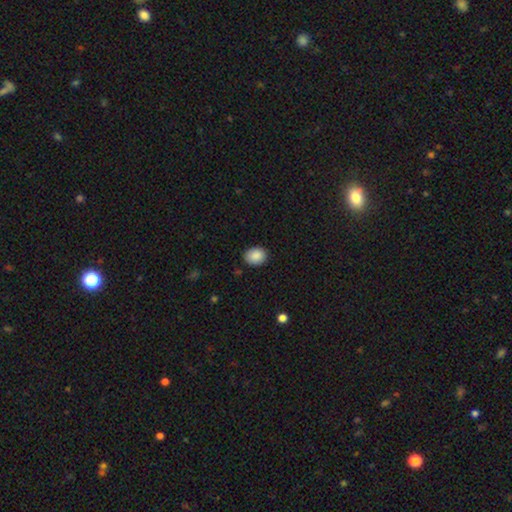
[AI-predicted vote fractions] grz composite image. It shows a smooth galaxy with no disk features (89%) that is in between round and cigar-shaped (52%). Merging: none (87%).